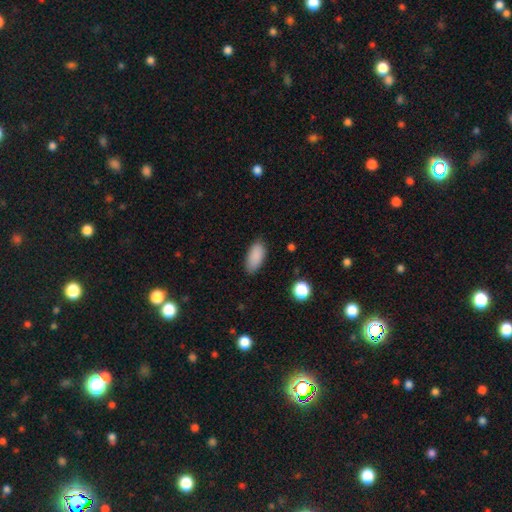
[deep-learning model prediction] Smooth or featured?
  - smooth: 88% *
  - star or artifact: 7%
  - featured or disk: 4%
How rounded?
  - in between: 90% *
  - cigar-shaped: 8%
  - round: 2%
Merging?
  - none: 83% *
  - minor disturbance: 13%
  - major disturbance: 3%
  - merger: 1%